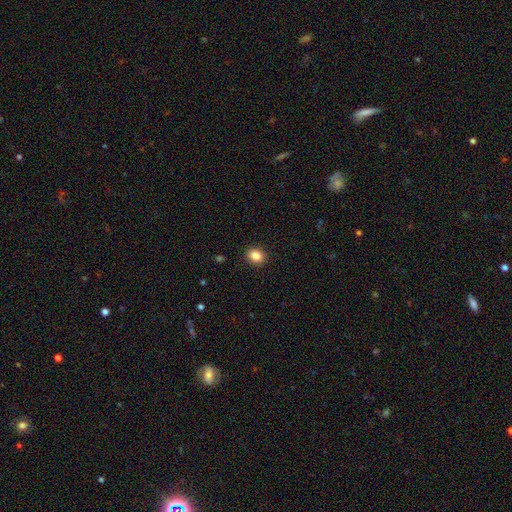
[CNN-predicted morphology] A smooth galaxy with no disk features (86%) that is round (54%). Merging: none (91%).